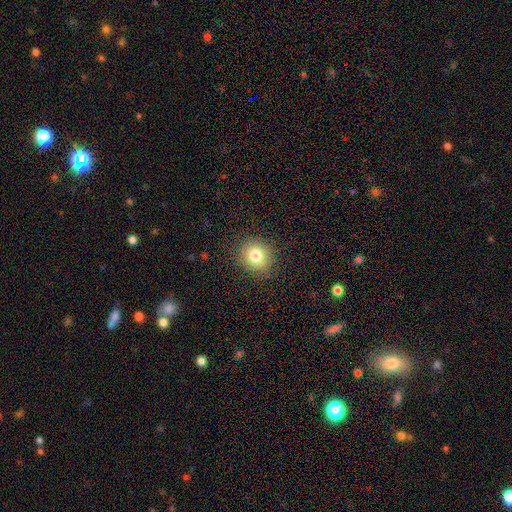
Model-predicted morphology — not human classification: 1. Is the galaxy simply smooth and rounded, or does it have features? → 79% smooth, 12% star or artifact, 9% featured or disk.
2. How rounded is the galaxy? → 81% round, 18% in between, 1% cigar-shaped.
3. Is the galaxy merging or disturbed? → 87% none, 9% minor disturbance, 3% major disturbance, 1% merger.